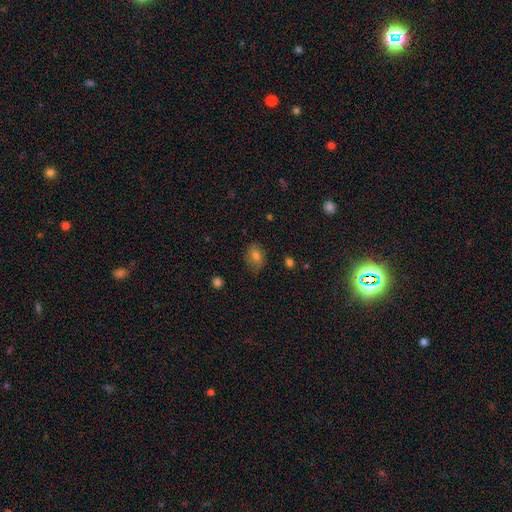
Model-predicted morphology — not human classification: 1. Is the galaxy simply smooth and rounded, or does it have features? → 75% smooth, 14% featured or disk, 11% star or artifact.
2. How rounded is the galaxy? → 65% in between, 34% round, 1% cigar-shaped.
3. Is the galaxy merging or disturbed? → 68% none, 24% minor disturbance, 7% major disturbance, 1% merger.